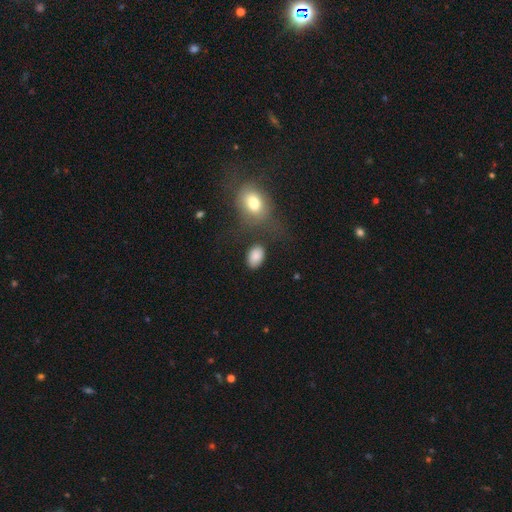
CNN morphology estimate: smooth-or-featured: smooth: 86% | star or artifact: 8% | featured or disk: 6%
  how-rounded: in between: 86% | round: 13% | cigar-shaped: 1%
  merging: none: 73% | minor disturbance: 14% | merger: 7% | major disturbance: 6%